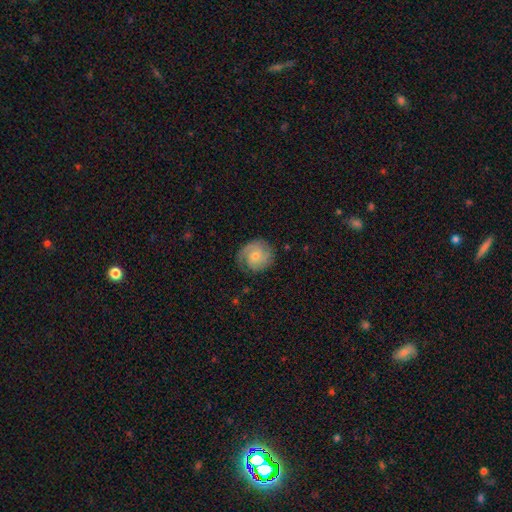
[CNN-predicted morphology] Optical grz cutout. It shows a featured or disk galaxy (71%) with no bar (70%), 2 (42%) tight (55%) spiral arms (94%) and a small central bulge (55%). Merging: none (77%).